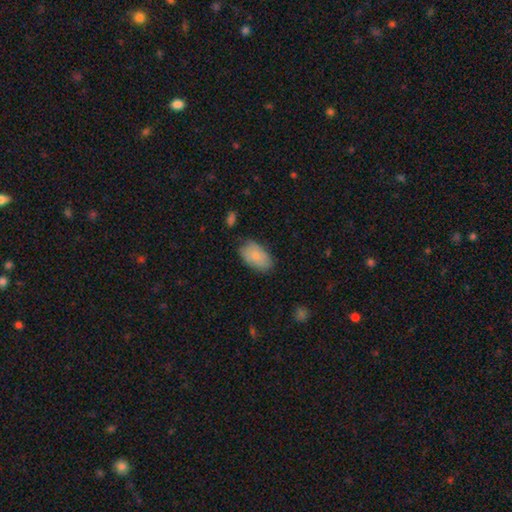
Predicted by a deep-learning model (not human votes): Q: Smooth or featured?
A: smooth (81%); runner-up: featured or disk (13%)
Q: How rounded?
A: in between (94%); runner-up: round (5%)
Q: Merging?
A: none (72%); runner-up: minor disturbance (22%)